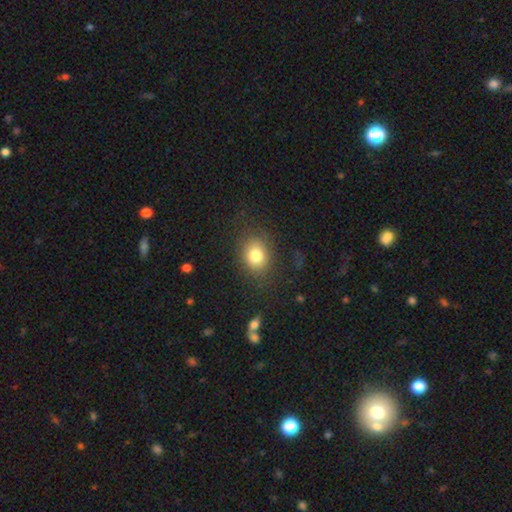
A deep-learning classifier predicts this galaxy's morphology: A smooth galaxy with no disk features (79%) that is in between round and cigar-shaped (50%). Merging: none (80%).